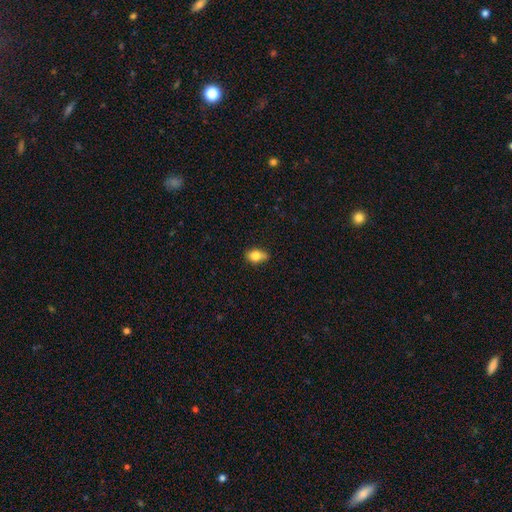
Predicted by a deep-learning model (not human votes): This appears to be a smooth galaxy with no disk features (81%) that is in between round and cigar-shaped (80%). Merging: none (69%).